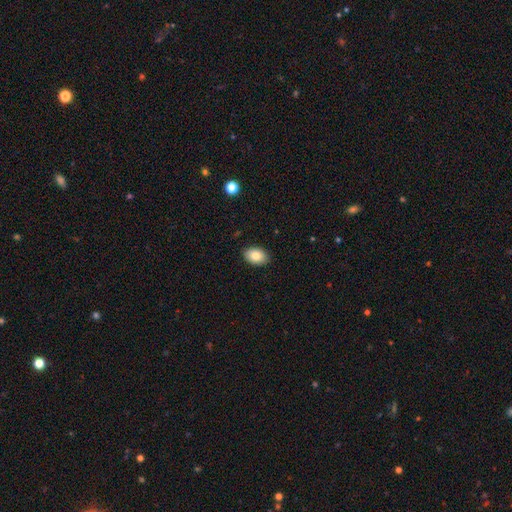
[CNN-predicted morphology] This appears to be a smooth galaxy with no disk features (83%) that is in between round and cigar-shaped (85%). Merging: none (88%).